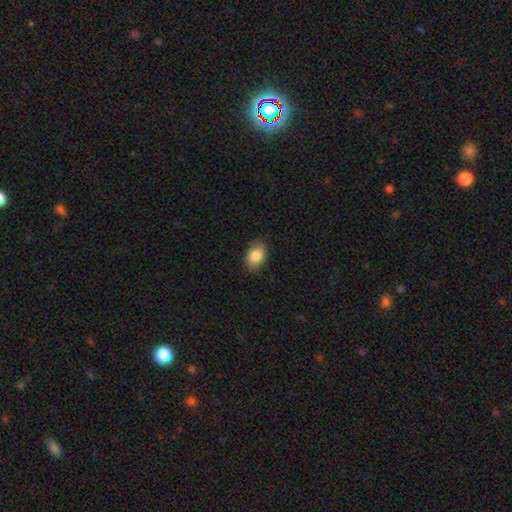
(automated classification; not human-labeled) Overall: smooth (83%). How rounded: in between (82%). Merging: none (85%).